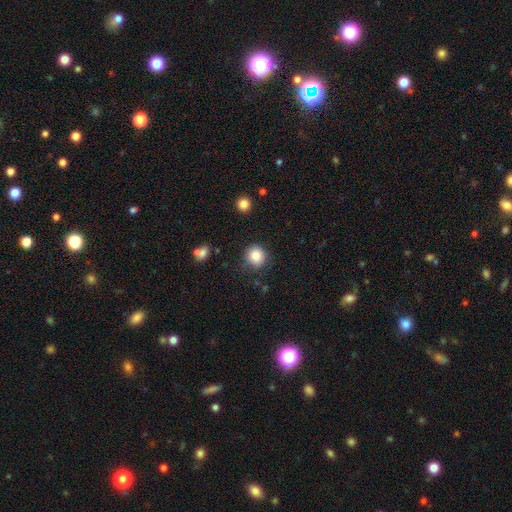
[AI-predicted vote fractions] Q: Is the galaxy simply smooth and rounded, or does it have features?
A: smooth — 84%.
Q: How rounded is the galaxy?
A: round — 87%.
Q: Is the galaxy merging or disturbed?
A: none — 78%.